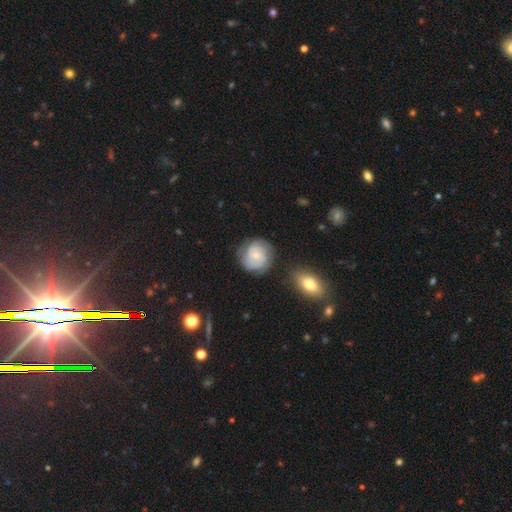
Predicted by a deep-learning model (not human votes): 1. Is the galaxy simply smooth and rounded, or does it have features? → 48% featured or disk, 45% smooth, 7% star or artifact.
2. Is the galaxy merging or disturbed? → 68% none, 20% minor disturbance, 7% major disturbance, 5% merger.